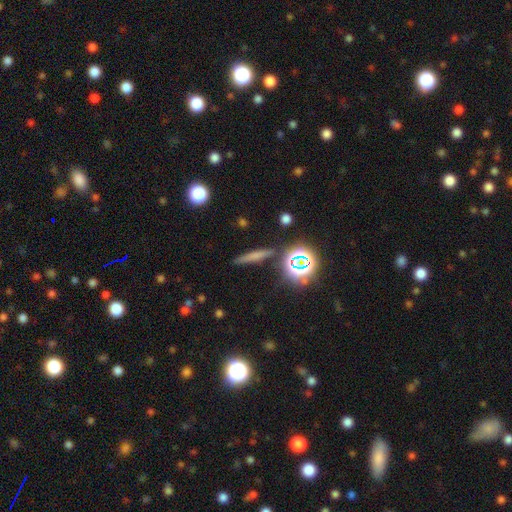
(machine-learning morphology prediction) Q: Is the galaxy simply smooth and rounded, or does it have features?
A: smooth — 59%.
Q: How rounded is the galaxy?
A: cigar-shaped — 85%.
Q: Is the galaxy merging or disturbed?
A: none — 85%.